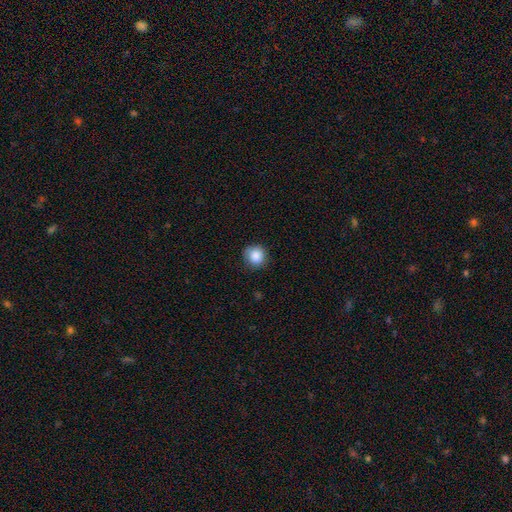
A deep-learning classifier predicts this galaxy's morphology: A smooth galaxy with no disk features (87%) that is round (91%). Merging: none (84%).